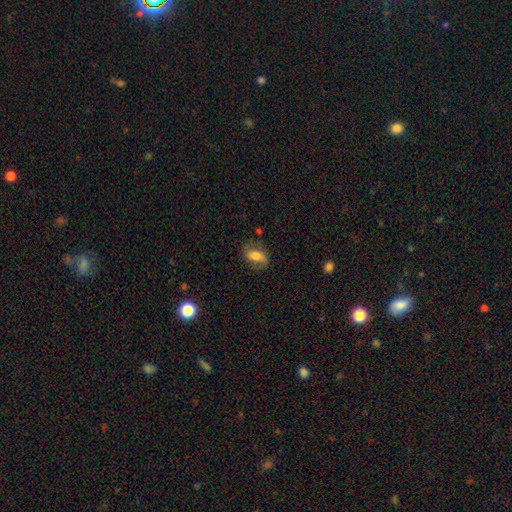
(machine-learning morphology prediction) A smooth galaxy with no disk features (57%) that is in between round and cigar-shaped (84%).

Vote fractions:
- Smooth or featured? smooth: 57% / featured or disk: 34% / star or artifact: 8%
- How rounded? in between: 84% / round: 10% / cigar-shaped: 6%
- Merging? none: 66% / minor disturbance: 22% / major disturbance: 10% / merger: 2%